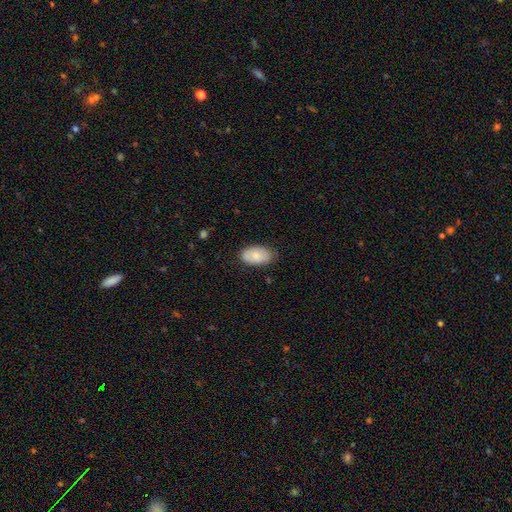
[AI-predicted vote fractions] Morphology: type=smooth (79%); roundness=in between (94%); merging=none (78%).